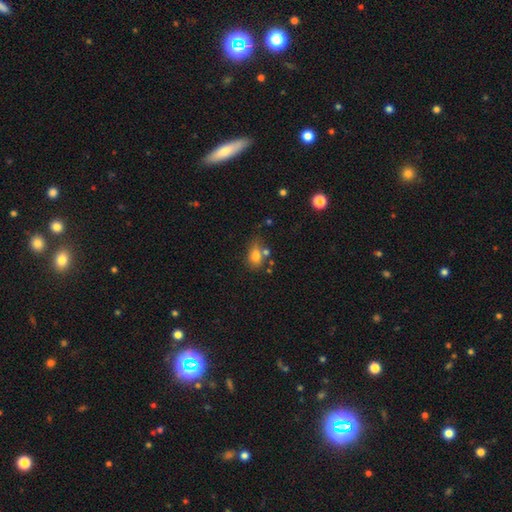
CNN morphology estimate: smooth 75%, featured or disk 13%, star or artifact 12%. Down the decision tree: how rounded — in between (75%); merging — none (46%).